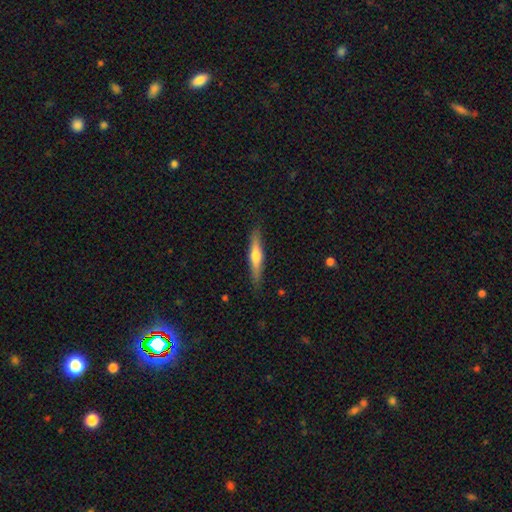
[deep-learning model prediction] Morphology: type=featured or disk (50%); merging=none (87%).